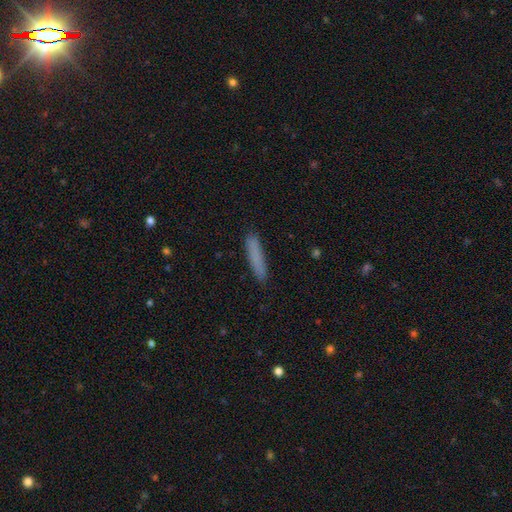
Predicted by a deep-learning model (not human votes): Morphology: type=smooth (82%); roundness=cigar-shaped (91%); merging=none (88%).